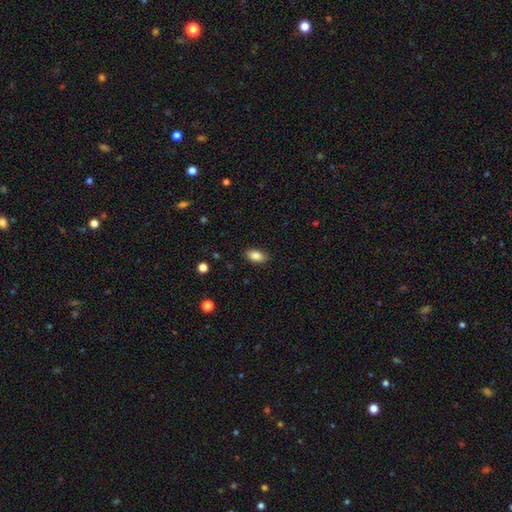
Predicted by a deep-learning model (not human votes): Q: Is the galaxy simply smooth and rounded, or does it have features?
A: smooth — 85%.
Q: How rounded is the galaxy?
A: in between — 91%.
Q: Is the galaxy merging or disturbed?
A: none — 87%.